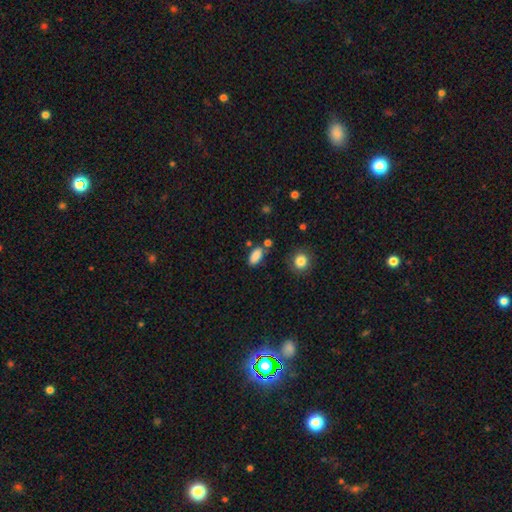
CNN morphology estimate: Smooth or featured?
  - smooth: 86% *
  - star or artifact: 9%
  - featured or disk: 5%
How rounded?
  - in between: 90% *
  - cigar-shaped: 6%
  - round: 5%
Merging?
  - none: 73% *
  - minor disturbance: 15%
  - merger: 8%
  - major disturbance: 4%